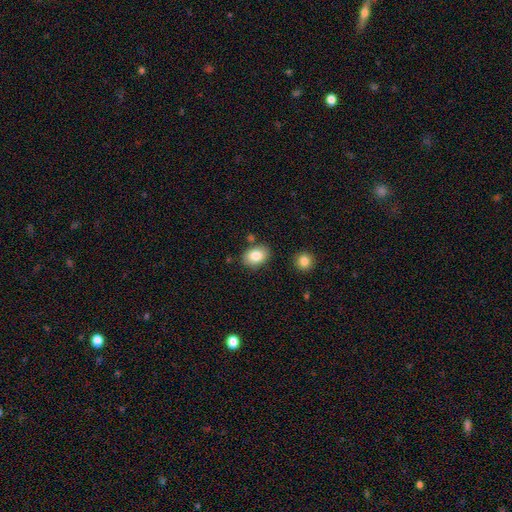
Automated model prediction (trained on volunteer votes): Smooth or featured? smooth (84%)
How rounded? in between (79%)
Merging? none (81%)